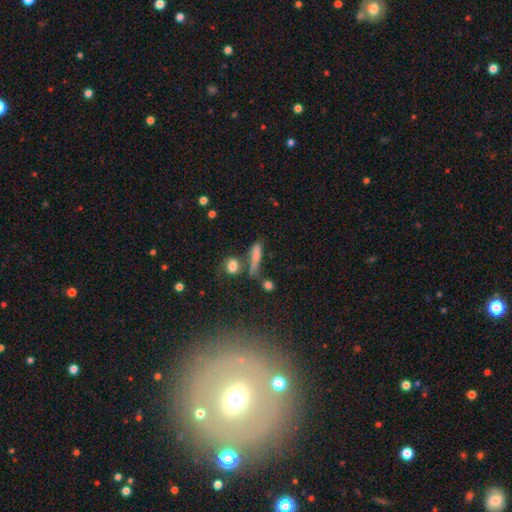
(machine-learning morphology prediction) Smooth or featured: smooth — 70% (featured or disk — 19%)
How rounded: cigar-shaped — 69% (in between — 24%)
Merging: none — 51% (merger — 20%)